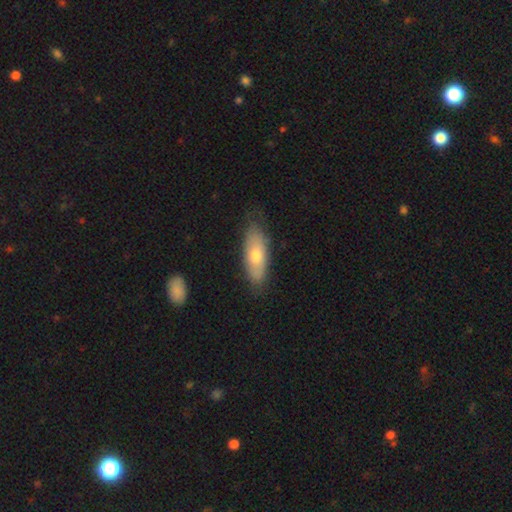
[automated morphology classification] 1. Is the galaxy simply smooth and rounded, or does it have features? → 65% smooth, 30% featured or disk, 6% star or artifact.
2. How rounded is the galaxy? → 77% in between, 20% cigar-shaped, 3% round.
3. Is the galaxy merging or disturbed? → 73% none, 21% minor disturbance, 4% major disturbance, 1% merger.